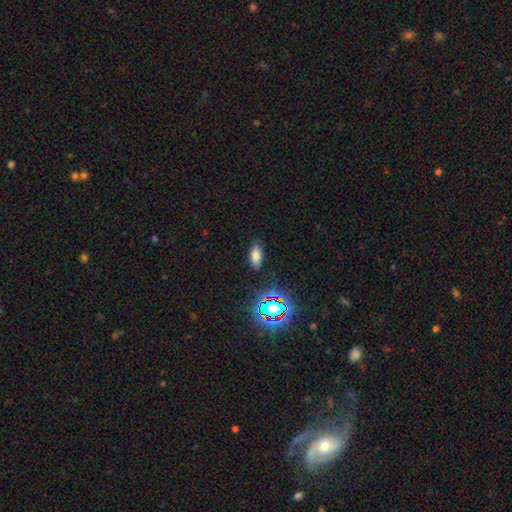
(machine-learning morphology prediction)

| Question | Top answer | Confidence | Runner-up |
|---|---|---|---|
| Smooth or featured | smooth | 74% | star or artifact (16%) |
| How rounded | in between | 87% | cigar-shaped (8%) |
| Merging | none | 86% | minor disturbance (10%) |